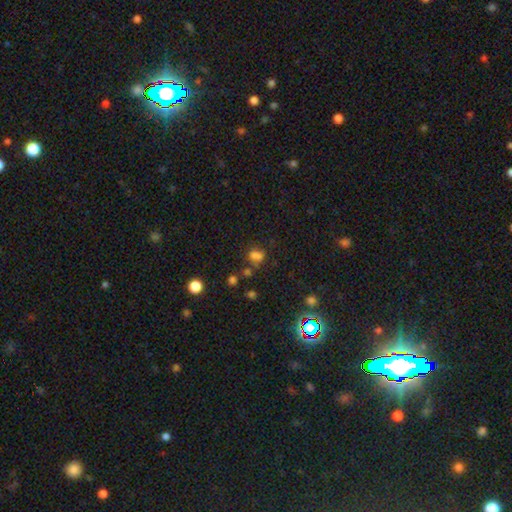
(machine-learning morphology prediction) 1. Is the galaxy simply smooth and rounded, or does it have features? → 65% smooth, 23% star or artifact, 13% featured or disk.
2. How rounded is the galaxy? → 58% round, 41% in between, 1% cigar-shaped.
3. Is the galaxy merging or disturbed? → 44% none, 32% merger, 15% minor disturbance, 9% major disturbance.